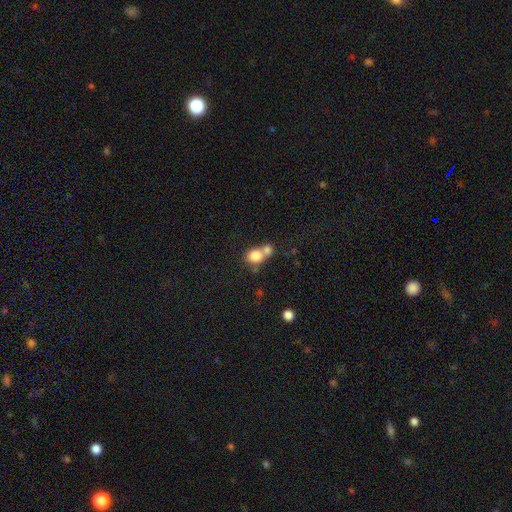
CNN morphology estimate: Smooth or featured? smooth (79%)
How rounded? round (64%)
Merging? merger (59%)